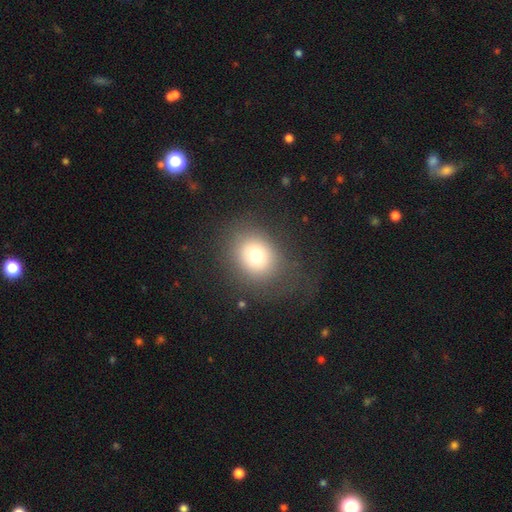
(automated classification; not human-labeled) smooth_or_featured: smooth (p=0.72) [alt: featured or disk p=0.15]
how_rounded: round (p=0.71) [alt: in between p=0.28]
merging: none (p=0.73) [alt: minor disturbance p=0.13]